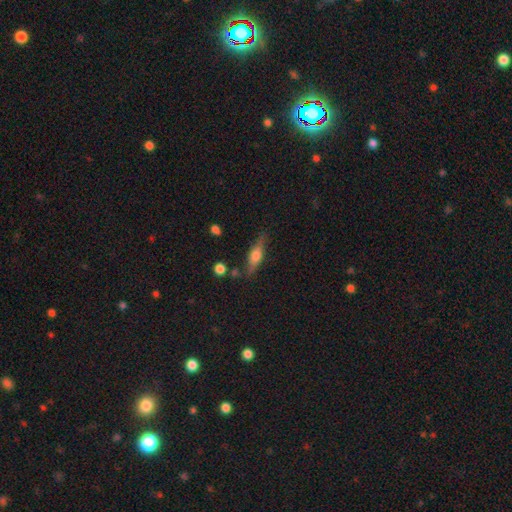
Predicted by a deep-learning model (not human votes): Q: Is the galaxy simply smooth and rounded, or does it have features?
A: featured or disk — 48%.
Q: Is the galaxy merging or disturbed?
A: none — 77%.